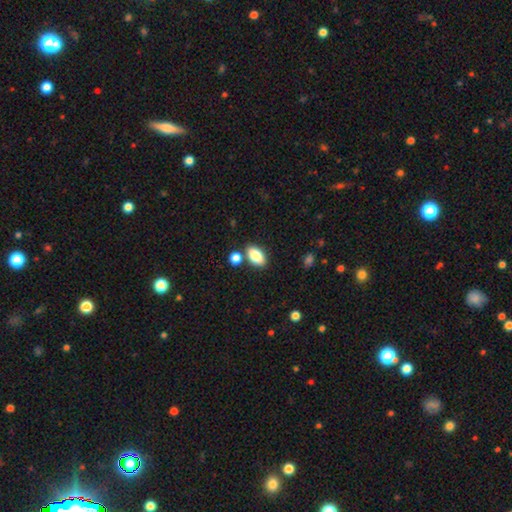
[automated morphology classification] type=smooth (84%); roundness=in between (90%); merging=none (75%).